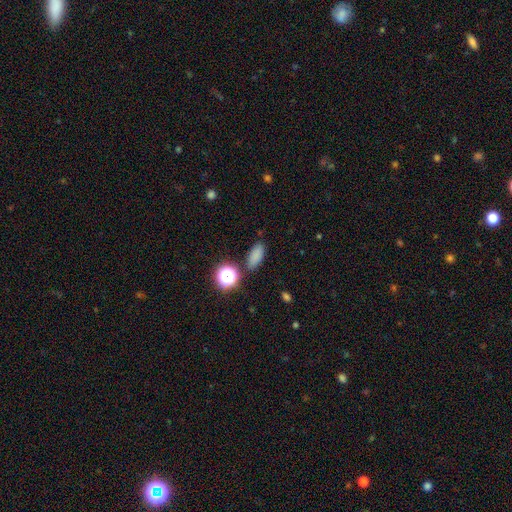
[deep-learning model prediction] smooth-or-featured: smooth: 78% | star or artifact: 16% | featured or disk: 6%
  how-rounded: in between: 81% | round: 10% | cigar-shaped: 9%
  merging: none: 81% | minor disturbance: 11% | merger: 5% | major disturbance: 3%